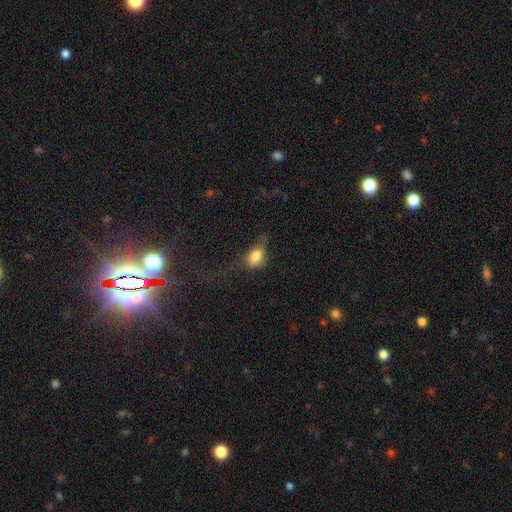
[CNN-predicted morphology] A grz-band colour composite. It shows a smooth galaxy with no disk features (76%) that is in between round and cigar-shaped (69%). Merging: major disturbance (36%).